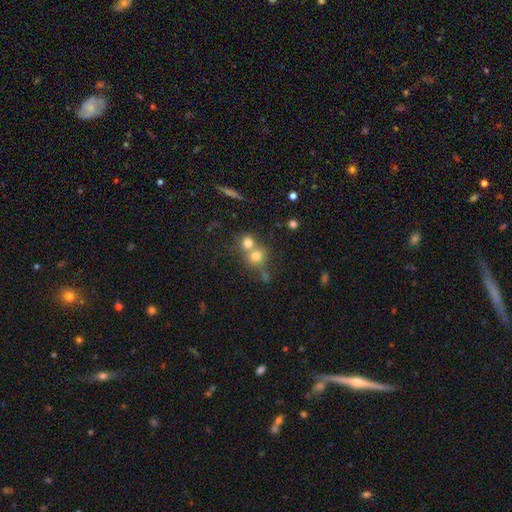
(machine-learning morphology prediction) Smooth or featured? smooth (70%)
How rounded? round (82%)
Merging? merger (51%)